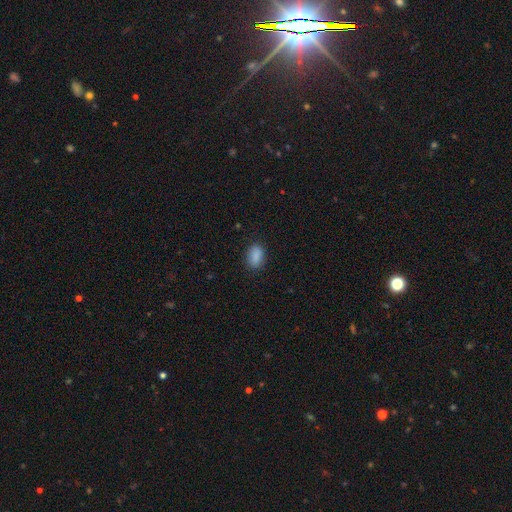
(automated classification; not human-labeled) smooth_or_featured: smooth (p=0.88) [alt: star or artifact p=0.08]
how_rounded: in between (p=0.85) [alt: round p=0.13]
merging: none (p=0.85) [alt: minor disturbance p=0.11]